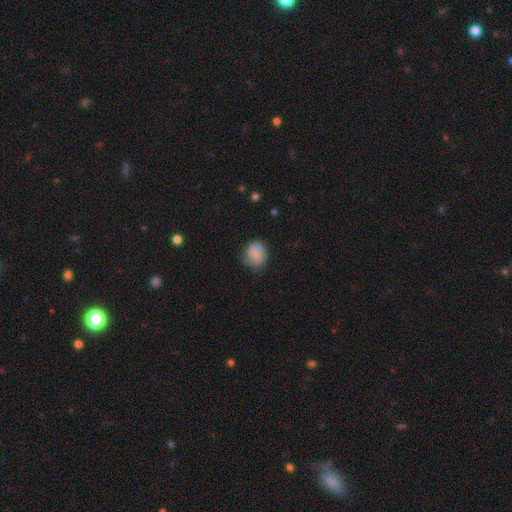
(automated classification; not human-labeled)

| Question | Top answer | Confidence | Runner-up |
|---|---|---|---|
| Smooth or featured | smooth | 84% | star or artifact (8%) |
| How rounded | round | 70% | in between (29%) |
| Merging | none | 67% | minor disturbance (25%) |